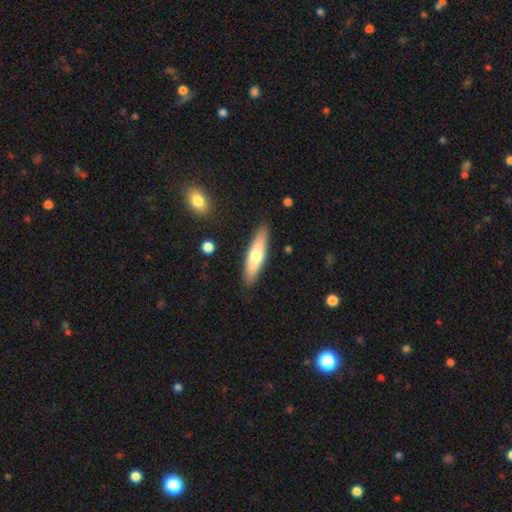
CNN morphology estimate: This is likely a smooth galaxy (64%). How rounded: likely cigar-shaped (70%). Merging: clearly none (88%).